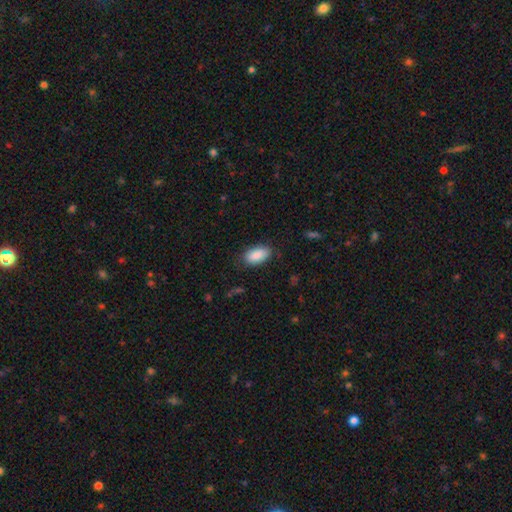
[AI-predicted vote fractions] Smooth or featured?
  - smooth: 87% *
  - star or artifact: 6%
  - featured or disk: 6%
How rounded?
  - in between: 94% *
  - cigar-shaped: 3%
  - round: 3%
Merging?
  - none: 79% *
  - minor disturbance: 15%
  - major disturbance: 4%
  - merger: 1%